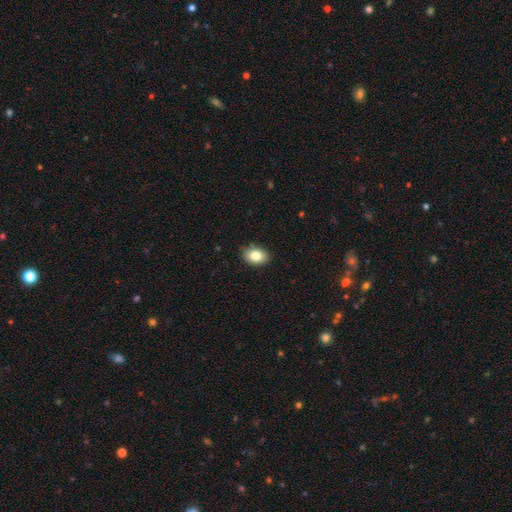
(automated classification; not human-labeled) The model was most divided on "how rounded": in between: 79%, round: 20%, cigar-shaped: 1%. More confident: merging — none (85%); smooth or featured — smooth (82%).